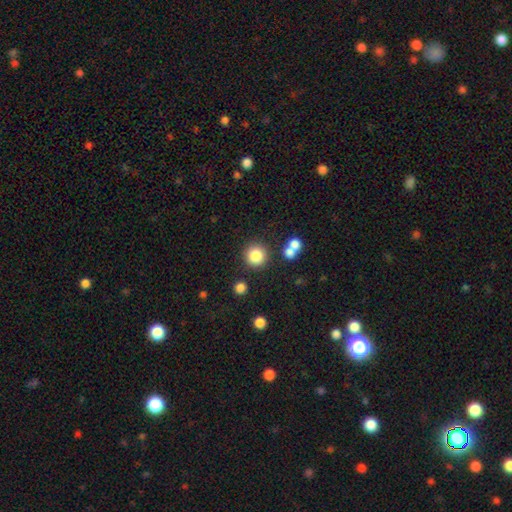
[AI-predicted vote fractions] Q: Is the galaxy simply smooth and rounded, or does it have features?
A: smooth — 83%.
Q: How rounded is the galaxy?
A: round — 93%.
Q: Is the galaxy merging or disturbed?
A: none — 80%.